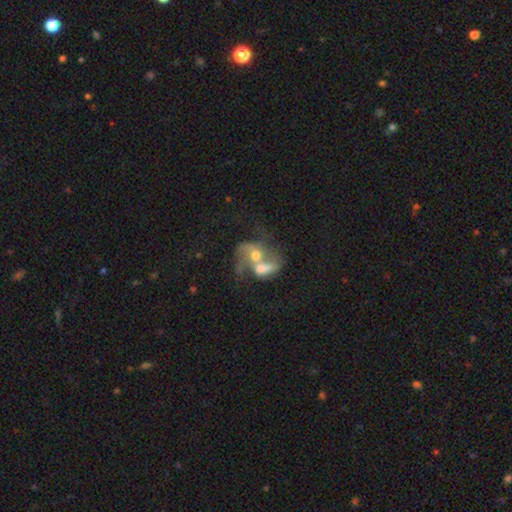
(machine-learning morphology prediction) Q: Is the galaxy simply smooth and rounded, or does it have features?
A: featured or disk — 71%.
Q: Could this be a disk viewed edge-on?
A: no — 97%.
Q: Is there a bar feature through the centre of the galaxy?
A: no — 56%.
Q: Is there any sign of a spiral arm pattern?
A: yes — 80%.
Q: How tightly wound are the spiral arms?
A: loose — 52%.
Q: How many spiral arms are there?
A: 2 — 71%.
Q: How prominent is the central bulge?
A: moderate — 57%.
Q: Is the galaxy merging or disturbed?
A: merger — 69%.